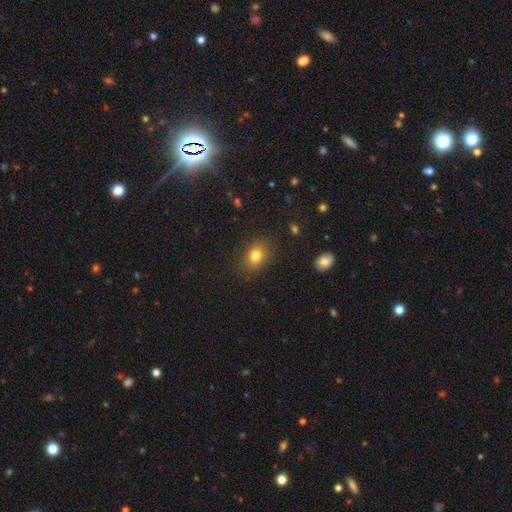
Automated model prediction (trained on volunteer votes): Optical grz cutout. It shows a smooth galaxy with no disk features (80%) that is in between round and cigar-shaped (62%). Merging: none (85%).